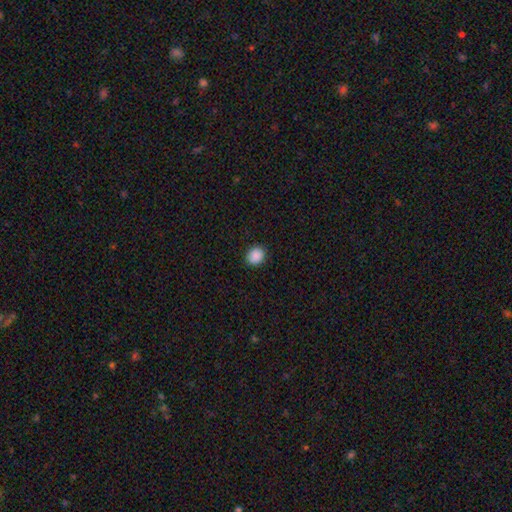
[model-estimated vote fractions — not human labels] A smooth galaxy with no disk features (89%) that is round (73%). Merging: none (91%).